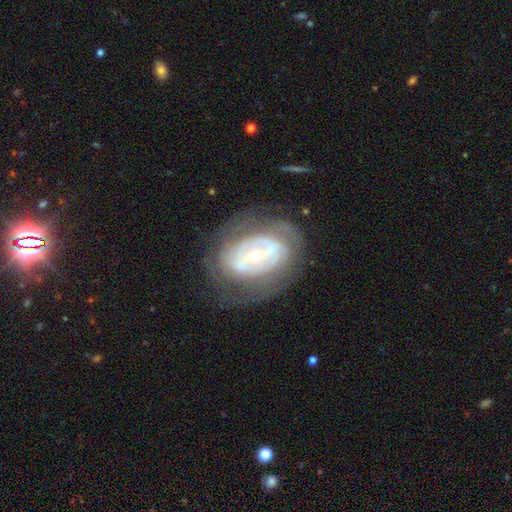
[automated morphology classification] Smooth or featured: featured or disk — 76% (smooth — 17%)
Edge-on disk: no — 95% (yes — 5%)
Bar: no — 52% (weak — 29%)
Spiral arms: yes — 66% (no — 34%)
Bulge size: small — 62% (moderate — 33%)
Merging: none — 66% (minor disturbance — 19%)